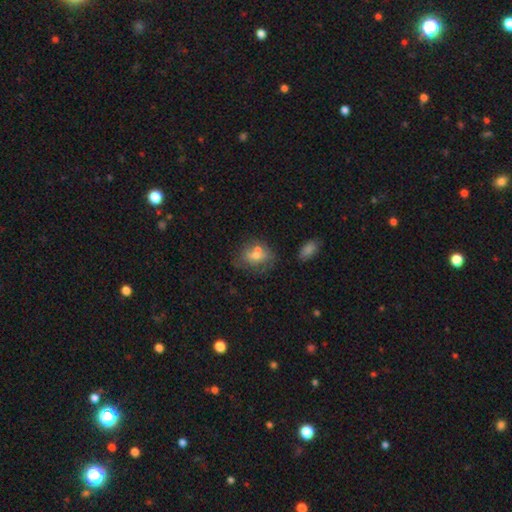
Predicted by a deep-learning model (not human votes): The model was most divided on "how rounded": in between: 53%, round: 44%, cigar-shaped: 2%. Remaining: smooth or featured — smooth (54%); merging — none (47%).